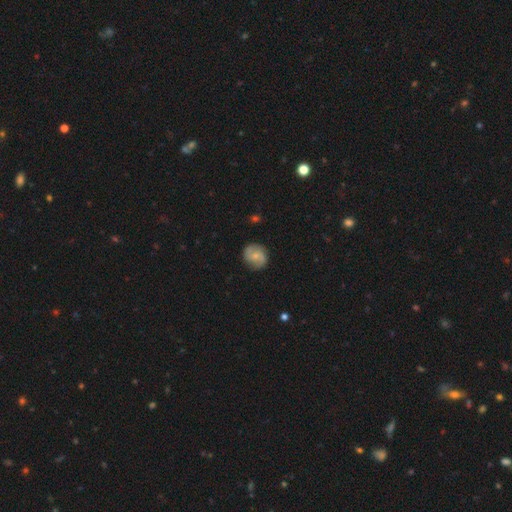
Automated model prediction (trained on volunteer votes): featured or disk 51%, smooth 42%, star or artifact 7%. Down the decision tree: edge-on disk — no (97%); merging — none (80%).